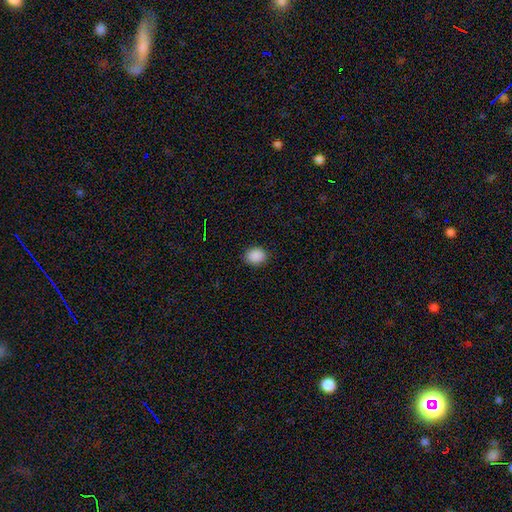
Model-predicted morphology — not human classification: A smooth galaxy with no disk features (89%) that is round (54%). Merging: none (89%).